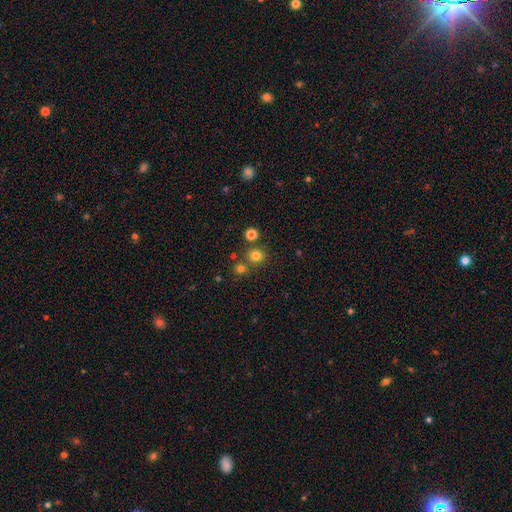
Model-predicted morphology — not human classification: Smooth or featured: smooth — 77% (star or artifact — 17%)
How rounded: round — 91% (in between — 8%)
Merging: none — 76% (merger — 15%)